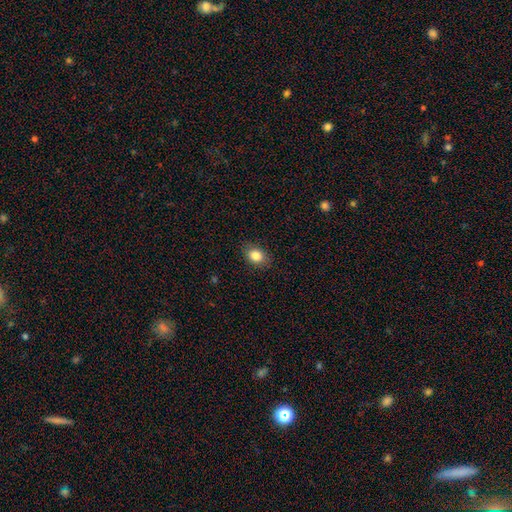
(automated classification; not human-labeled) smooth-or-featured: smooth: 84% | star or artifact: 9% | featured or disk: 7%
  how-rounded: in between: 65% | round: 34% | cigar-shaped: 1%
  merging: none: 85% | minor disturbance: 11% | major disturbance: 3% | merger: 1%